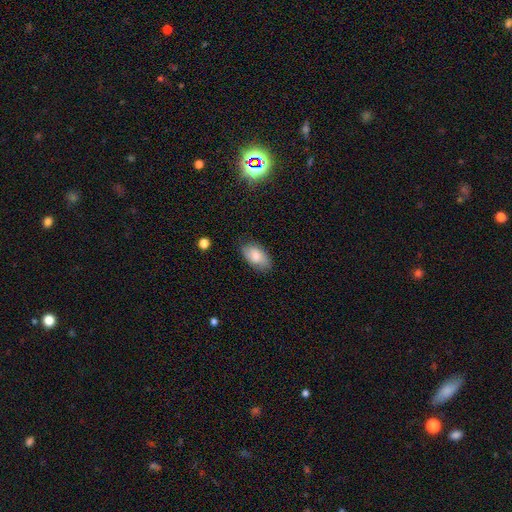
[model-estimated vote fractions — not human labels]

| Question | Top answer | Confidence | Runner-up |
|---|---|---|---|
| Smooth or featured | smooth | 77% | featured or disk (16%) |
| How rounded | in between | 94% | round (4%) |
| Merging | none | 79% | minor disturbance (17%) |